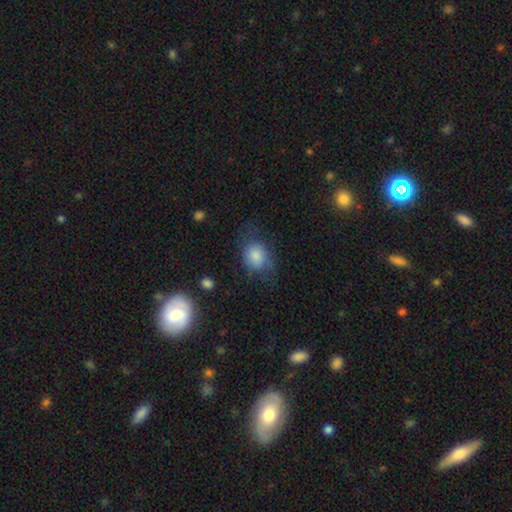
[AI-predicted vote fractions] smooth 73%, featured or disk 17%, star or artifact 10%. Down the decision tree: how rounded — round (54%); merging — none (54%).